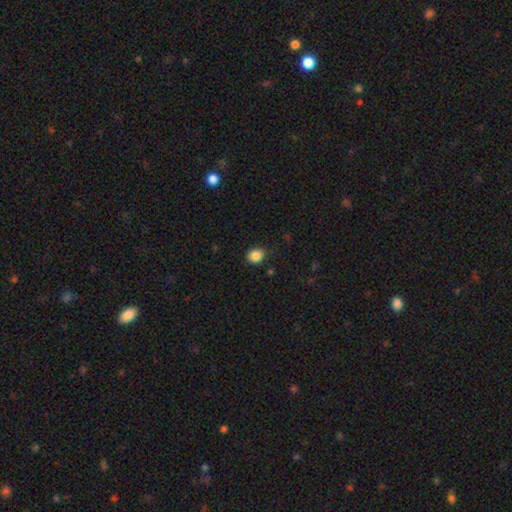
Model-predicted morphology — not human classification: This appears to be a smooth galaxy with no disk features (87%) that is round (70%). Merging: none (85%).